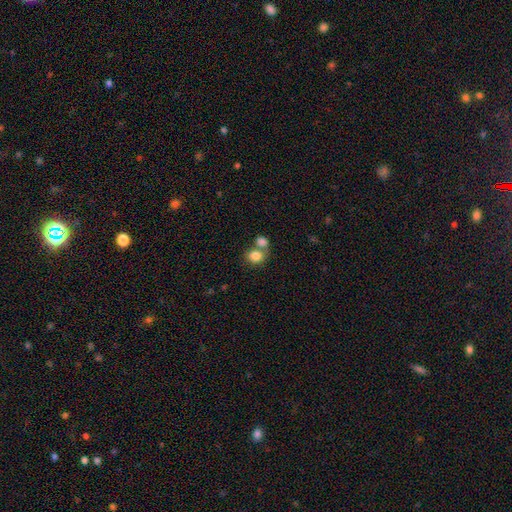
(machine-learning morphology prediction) smooth_or_featured: smooth (p=0.83) [alt: star or artifact p=0.09]
how_rounded: round (p=0.65) [alt: in between p=0.34]
merging: merger (p=0.46) [alt: none p=0.42]